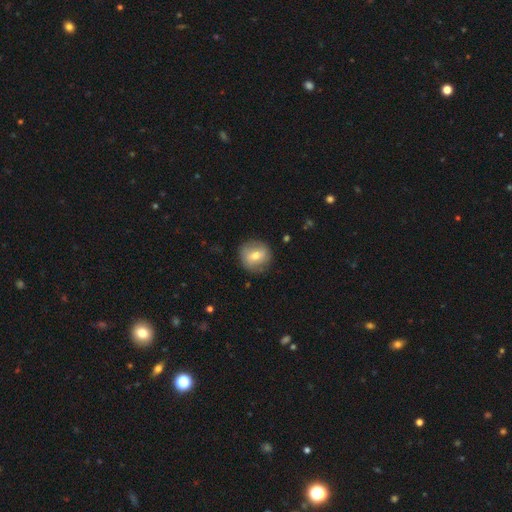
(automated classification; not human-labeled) Q: Smooth or featured?
A: smooth (62%); runner-up: featured or disk (30%)
Q: How rounded?
A: round (90%); runner-up: in between (9%)
Q: Merging?
A: none (84%); runner-up: minor disturbance (11%)